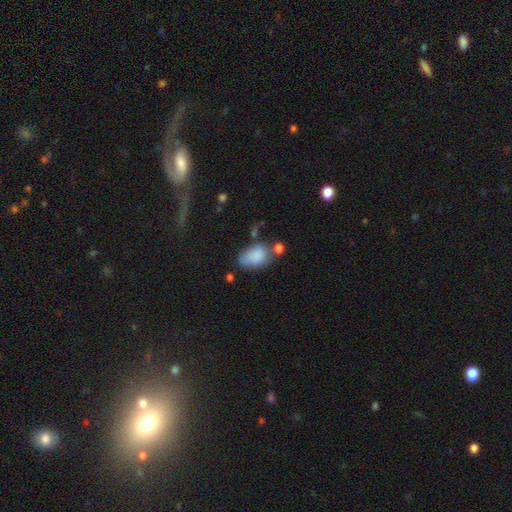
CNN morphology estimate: Q: Smooth or featured?
A: smooth (83%); runner-up: featured or disk (9%)
Q: How rounded?
A: in between (88%); runner-up: round (10%)
Q: Merging?
A: none (43%); runner-up: minor disturbance (27%)